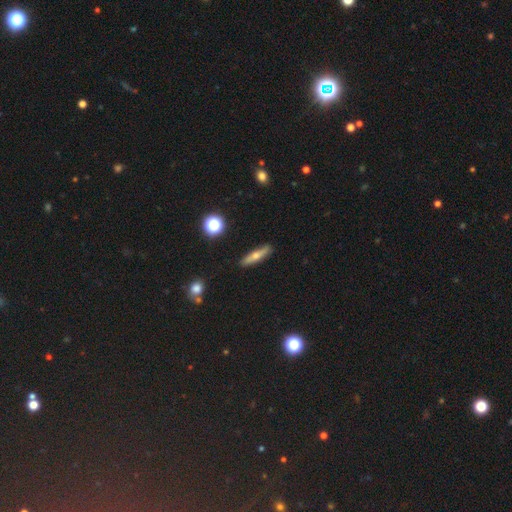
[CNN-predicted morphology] This appears to be a smooth galaxy with no disk features (51%) that is cigar-shaped (79%). Merging: none (87%).